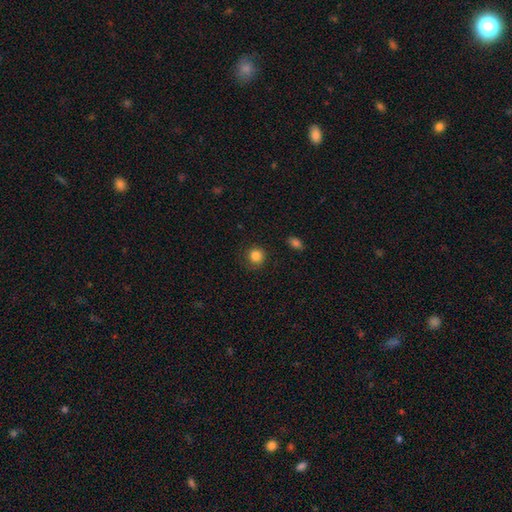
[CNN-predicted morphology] smooth-or-featured: smooth: 84% | star or artifact: 11% | featured or disk: 5%
  how-rounded: round: 91% | in between: 8% | cigar-shaped: 1%
  merging: none: 84% | minor disturbance: 11% | major disturbance: 3% | merger: 1%